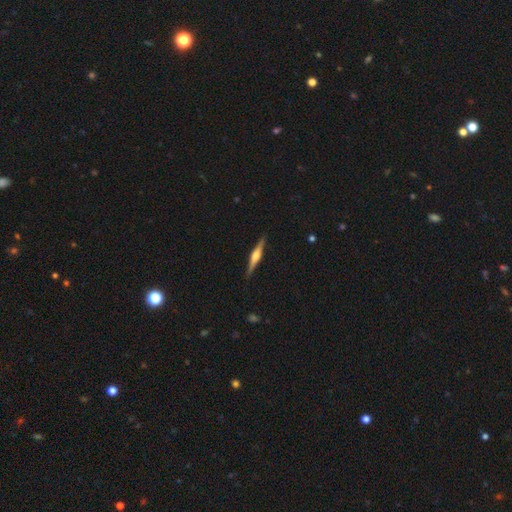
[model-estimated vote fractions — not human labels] Morphology: type=featured or disk (77%); edge-on=yes (98%); edge-on bulge=rounded (87%); merging=none (91%).